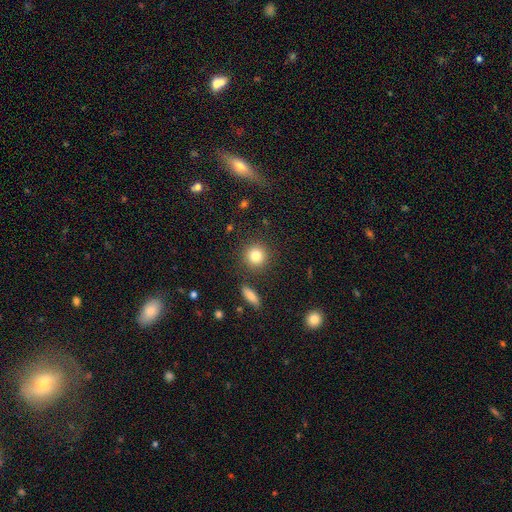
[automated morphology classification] Overall: smooth (82%). How rounded: round (91%). Merging: none (87%).